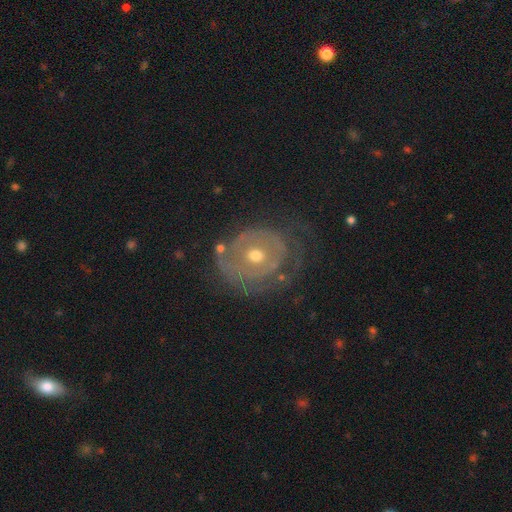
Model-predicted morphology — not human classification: Smooth or featured? featured or disk (70%)
Edge-on disk? no (96%)
Bar? no (81%)
Spiral arms? yes (58%)
Bulge size? moderate (60%)
Merging? none (54%)